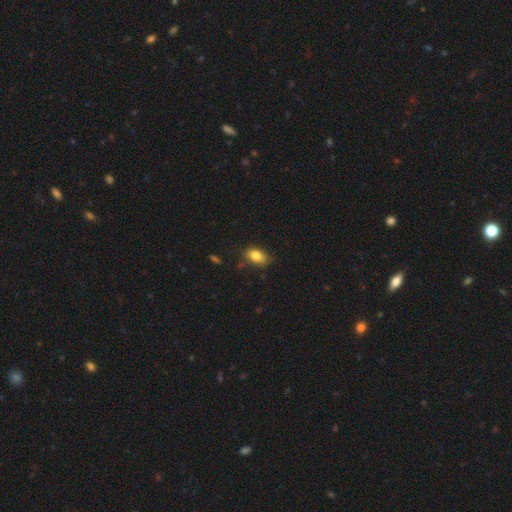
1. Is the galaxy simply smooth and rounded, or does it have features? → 90% smooth, 8% featured or disk, 2% star or artifact.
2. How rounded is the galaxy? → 81% in between, 19% round, 0% cigar-shaped.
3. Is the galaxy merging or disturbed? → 82% none, 10% major disturbance, 5% minor disturbance, 3% merger.